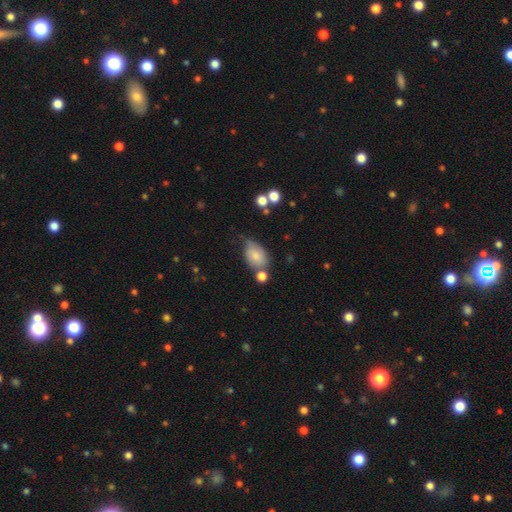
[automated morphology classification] Smooth or featured?
  - smooth: 74% *
  - featured or disk: 18%
  - star or artifact: 9%
How rounded?
  - in between: 81% *
  - round: 17%
  - cigar-shaped: 1%
Merging?
  - none: 41% *
  - minor disturbance: 32%
  - merger: 15%
  - major disturbance: 12%